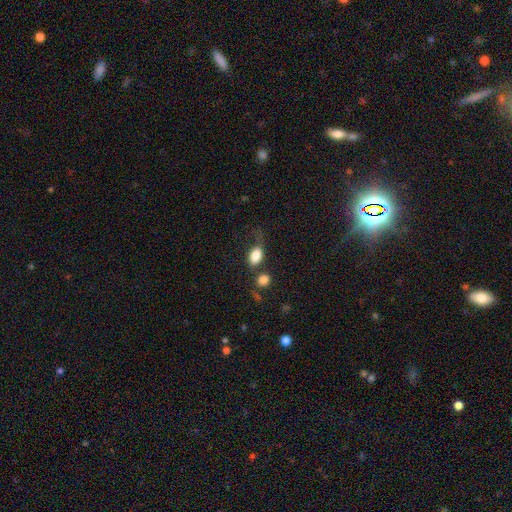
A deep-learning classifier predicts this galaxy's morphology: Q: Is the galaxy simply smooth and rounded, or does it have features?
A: smooth — 84%.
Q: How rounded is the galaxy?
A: in between — 84%.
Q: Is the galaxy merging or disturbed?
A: none — 44%.